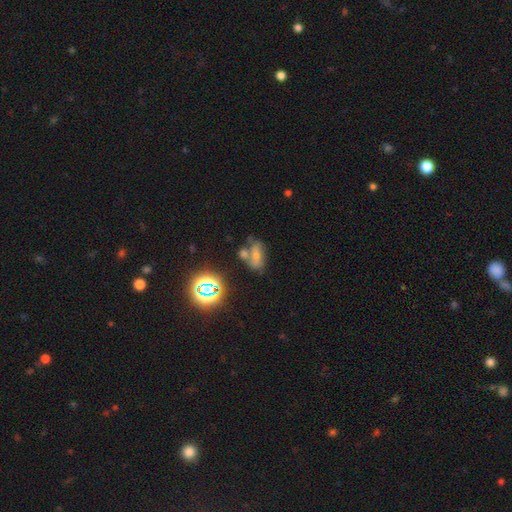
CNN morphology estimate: The model was most divided on "merging": none: 38%, merger: 36%, minor disturbance: 17%, major disturbance: 10%. More confident: how rounded — in between (78%); smooth or featured — smooth (54%).